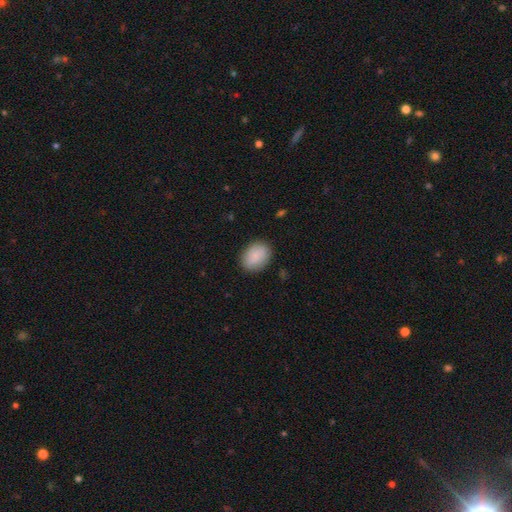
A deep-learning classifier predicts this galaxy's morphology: Smooth or featured? smooth (88%)
How rounded? in between (69%)
Merging? none (85%)